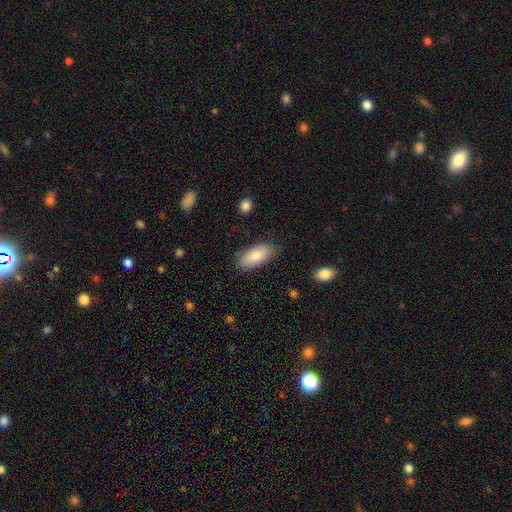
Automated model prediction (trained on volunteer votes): This appears to be a smooth galaxy with no disk features (82%) that is in between round and cigar-shaped (87%). Merging: none (82%).